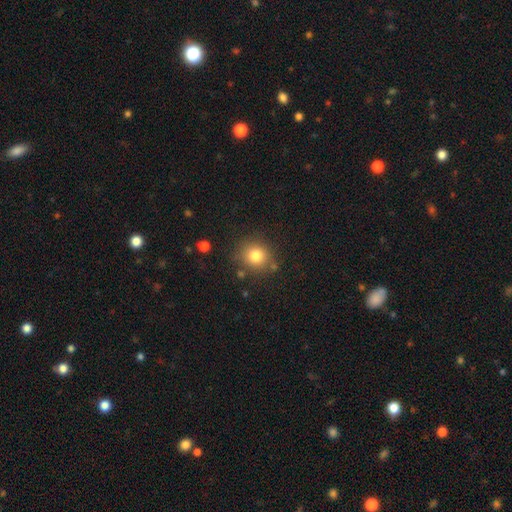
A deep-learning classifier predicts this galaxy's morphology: Smooth or featured? Predicted: smooth (p=0.80). How rounded? Predicted: round (p=0.83). Merging? Predicted: none (p=0.81).